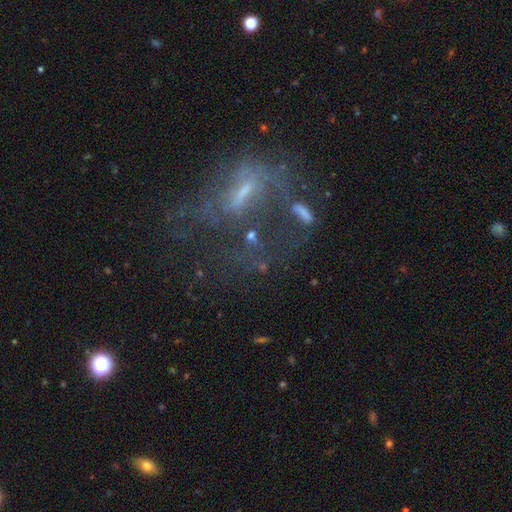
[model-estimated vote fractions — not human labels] A featured or disk galaxy (58%) with no bar (45%), no spiral arms (66%) and a small central bulge (48%).

Vote fractions:
- Smooth or featured? featured or disk: 58% / star or artifact: 23% / smooth: 19%
- Edge-on disk? no: 91% / yes: 9%
- Bar? no: 45% / weak: 36% / strong: 19%
- Spiral arms? no: 66% / yes: 34%
- Bulge size? small: 48% / none: 25% / moderate: 23% / large: 3% / dominant: 1%
- Merging? major disturbance: 38% / none: 35% / minor disturbance: 16% / merger: 11%